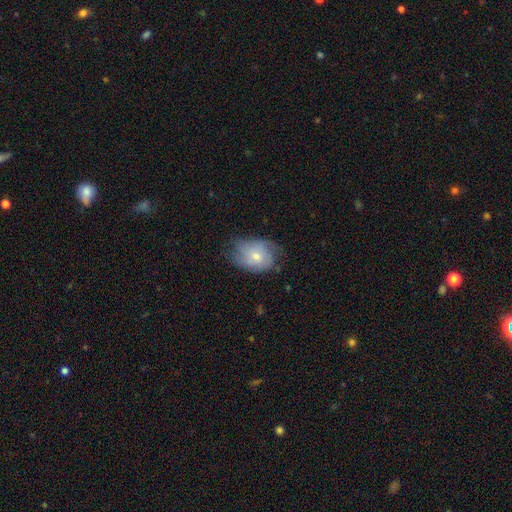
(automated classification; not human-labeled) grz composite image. It shows a smooth galaxy with no disk features (49%). Merging: none (55%).